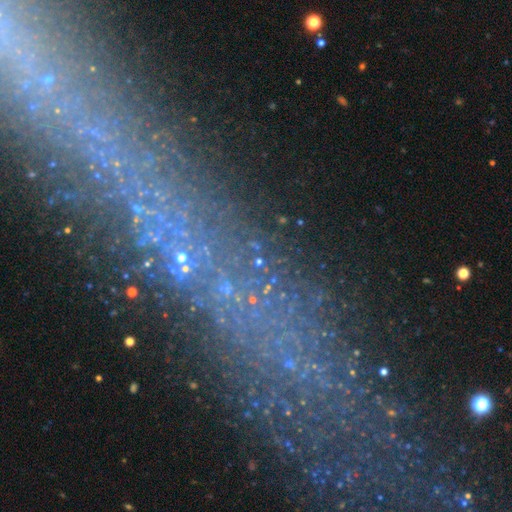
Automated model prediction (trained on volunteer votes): Smooth or featured? star or artifact (72%)